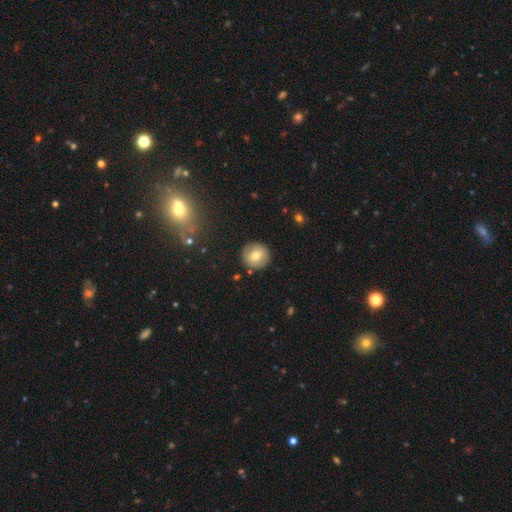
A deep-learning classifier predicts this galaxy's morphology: Q: Smooth or featured?
A: smooth (68%); runner-up: featured or disk (23%)
Q: How rounded?
A: round (94%); runner-up: in between (5%)
Q: Merging?
A: none (89%); runner-up: minor disturbance (8%)